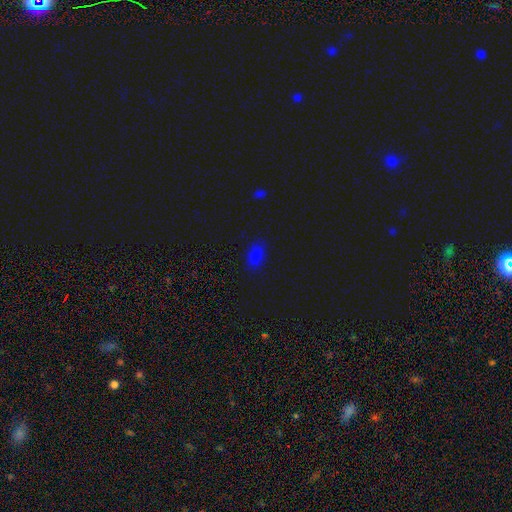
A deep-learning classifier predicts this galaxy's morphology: This appears to be a smooth galaxy with no disk features (80%) that is in between round and cigar-shaped (89%). Merging: none (84%).